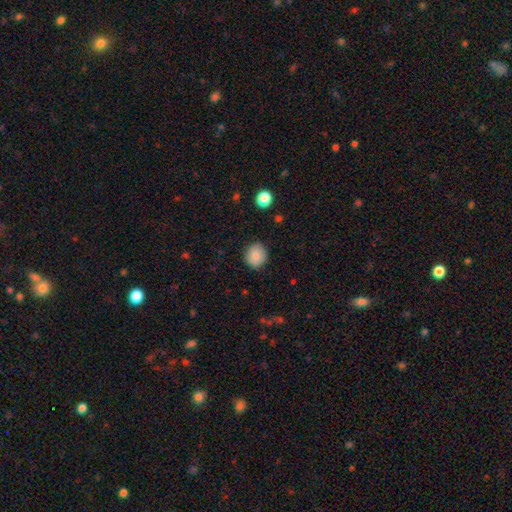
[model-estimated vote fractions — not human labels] This is clearly a smooth galaxy (84%). How rounded: clearly round (81%). Merging: clearly none (86%).